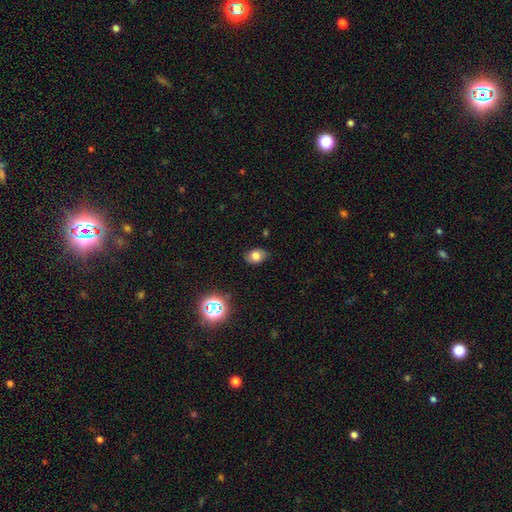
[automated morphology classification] Overall: smooth (73%). How rounded: in between (78%). Merging: none (82%).